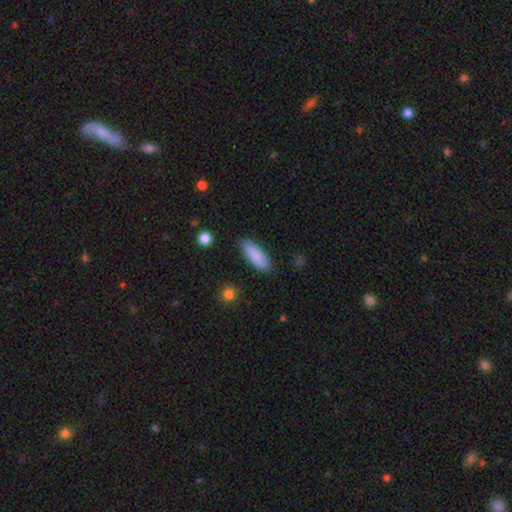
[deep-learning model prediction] Morphology: type=smooth (88%); roundness=in between (65%); merging=none (87%).